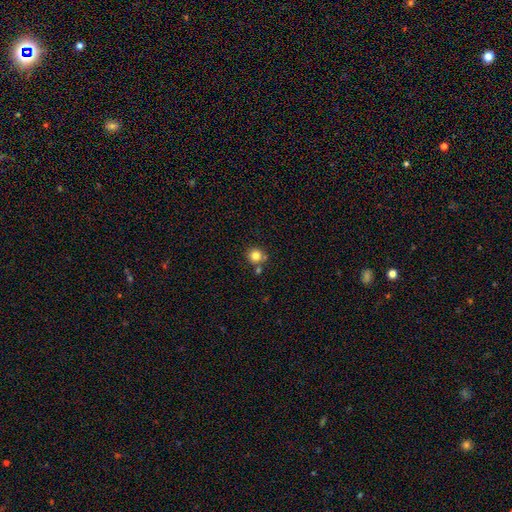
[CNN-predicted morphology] smooth 81%, star or artifact 12%, featured or disk 7%. Down the decision tree: how rounded — round (91%); merging — none (72%).